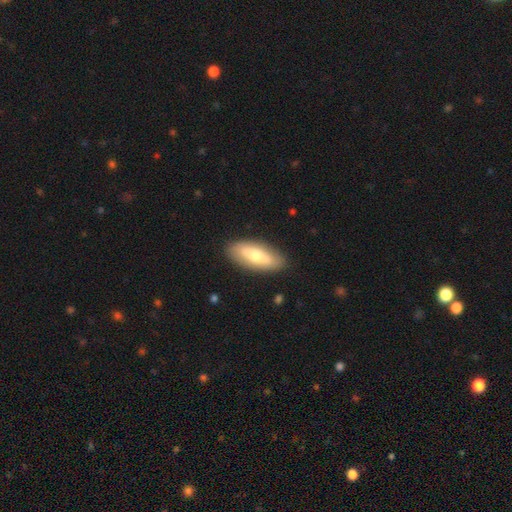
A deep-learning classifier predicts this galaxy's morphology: Smooth or featured: smooth — 59% (featured or disk — 35%)
How rounded: in between — 74% (cigar-shaped — 24%)
Merging: none — 88% (minor disturbance — 9%)